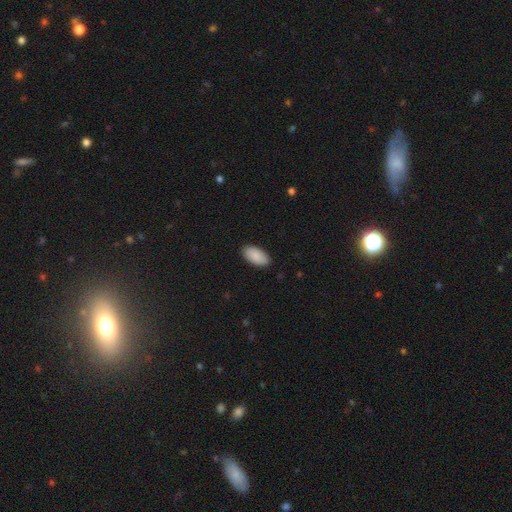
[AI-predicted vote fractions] Smooth or featured?
  - smooth: 91% *
  - star or artifact: 6%
  - featured or disk: 3%
How rounded?
  - in between: 95% *
  - cigar-shaped: 3%
  - round: 2%
Merging?
  - none: 89% *
  - minor disturbance: 8%
  - major disturbance: 2%
  - merger: 1%